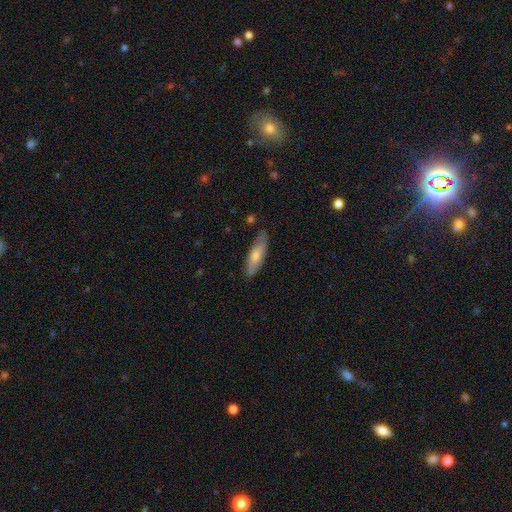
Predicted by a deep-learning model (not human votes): A smooth galaxy with no disk features (55%) that is cigar-shaped (57%). Merging: none (80%).